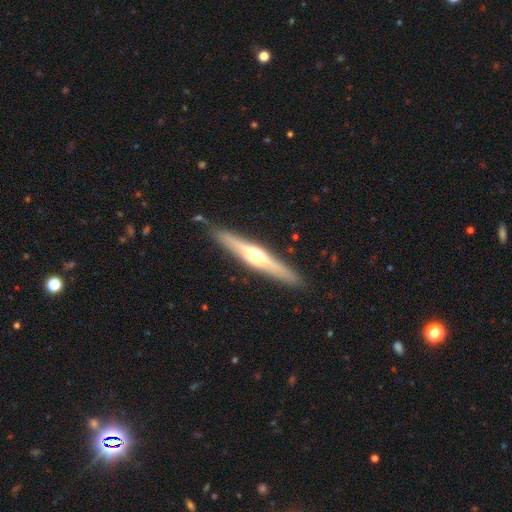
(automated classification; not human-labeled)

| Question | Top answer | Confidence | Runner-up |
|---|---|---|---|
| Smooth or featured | featured or disk | 69% | smooth (26%) |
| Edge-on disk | yes | 96% | no (4%) |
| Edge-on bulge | rounded | 89% | none (6%) |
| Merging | none | 88% | minor disturbance (9%) |